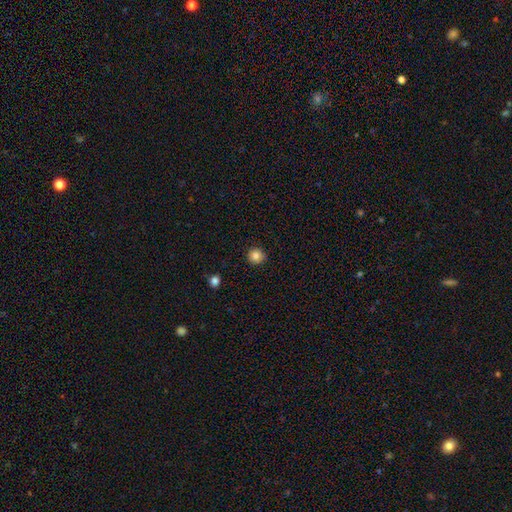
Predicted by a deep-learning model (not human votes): Smooth or featured? Predicted: smooth (p=0.83). How rounded? Predicted: round (p=0.92). Merging? Predicted: none (p=0.88).